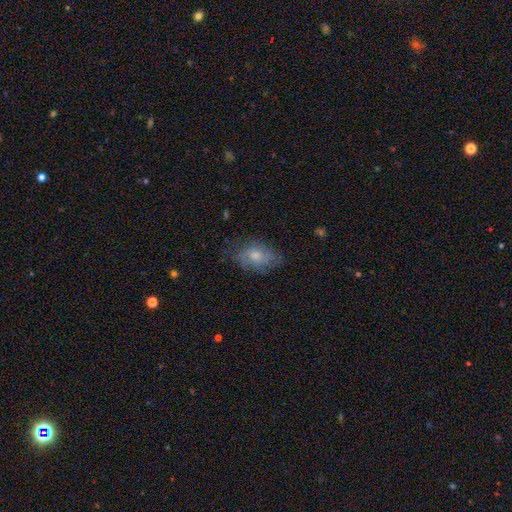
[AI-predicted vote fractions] A smooth galaxy with no disk features (57%) that is in between round and cigar-shaped (84%).

Vote fractions:
- Smooth or featured? smooth: 57% / featured or disk: 35% / star or artifact: 9%
- How rounded? in between: 84% / round: 14% / cigar-shaped: 2%
- Merging? none: 61% / minor disturbance: 26% / major disturbance: 11% / merger: 1%